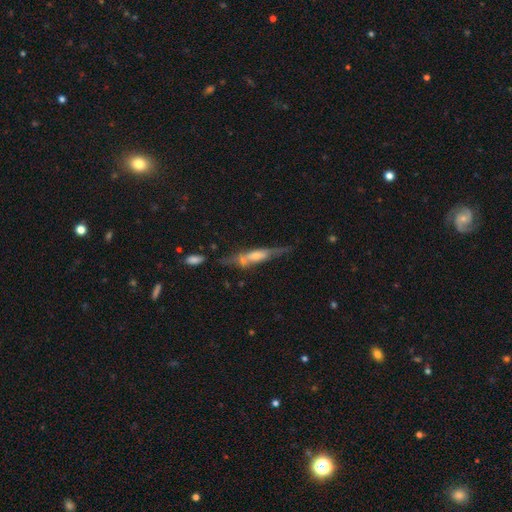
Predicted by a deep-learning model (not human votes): The model was most divided on "merging": none: 51%, minor disturbance: 23%, merger: 15%, major disturbance: 12%. More confident: edge-on disk — yes (78%); smooth or featured — featured or disk (64%); edge-on bulge — rounded (56%).